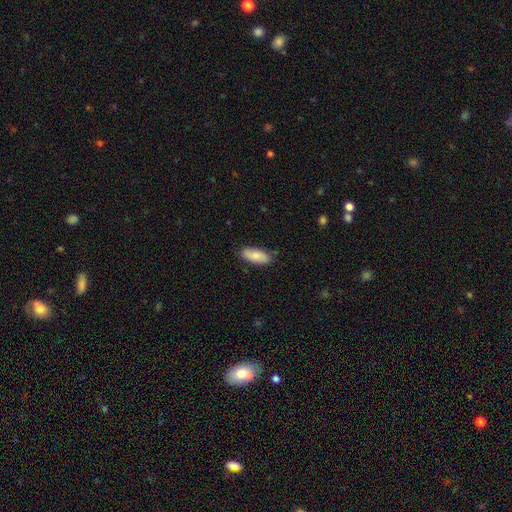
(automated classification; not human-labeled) Smooth or featured?
  - smooth: 82% *
  - featured or disk: 12%
  - star or artifact: 6%
How rounded?
  - in between: 82% *
  - cigar-shaped: 16%
  - round: 2%
Merging?
  - none: 81% *
  - minor disturbance: 15%
  - major disturbance: 2%
  - merger: 1%